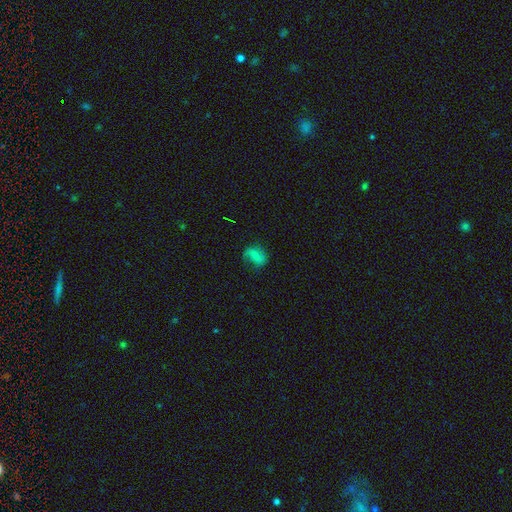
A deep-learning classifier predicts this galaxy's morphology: smooth 55%, featured or disk 33%, star or artifact 12%. Down the decision tree: how rounded — in between (73%); merging — none (57%).